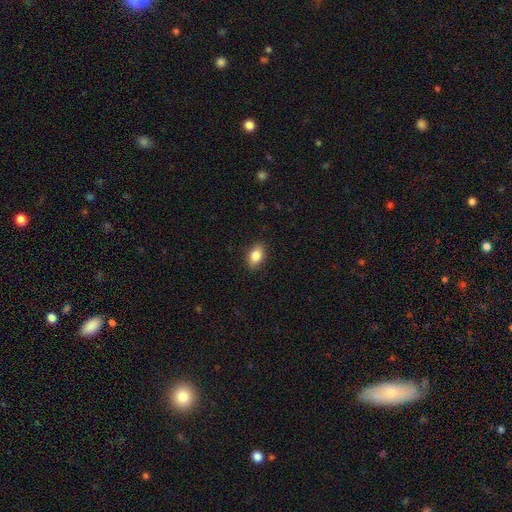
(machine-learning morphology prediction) Smooth or featured: smooth — 85% (star or artifact — 8%)
How rounded: in between — 86% (round — 12%)
Merging: none — 88% (minor disturbance — 8%)